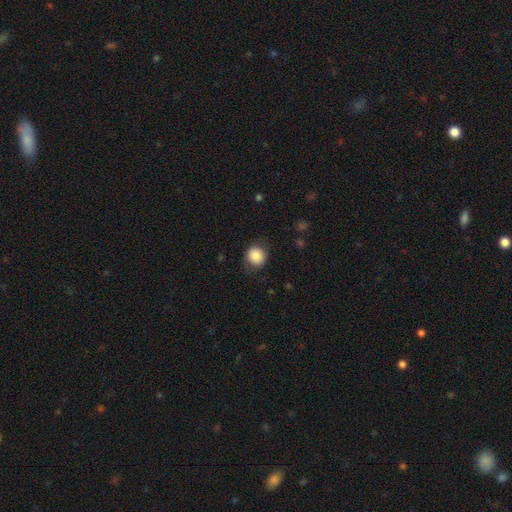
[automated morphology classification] A smooth galaxy with no disk features (86%) that is round (85%). Merging: none (79%).